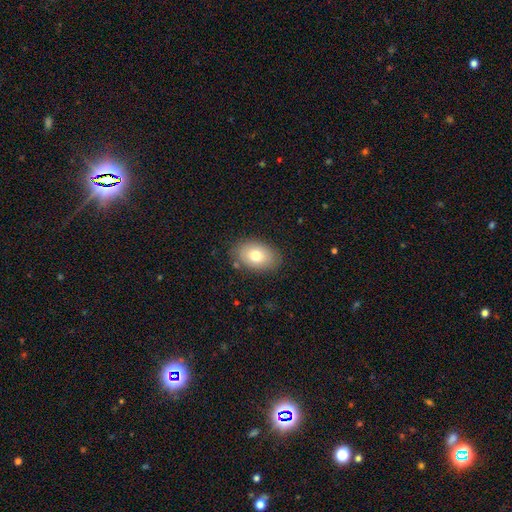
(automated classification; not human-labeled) This is likely a smooth galaxy (75%). How rounded: clearly in between (84%). Merging: clearly none (82%).